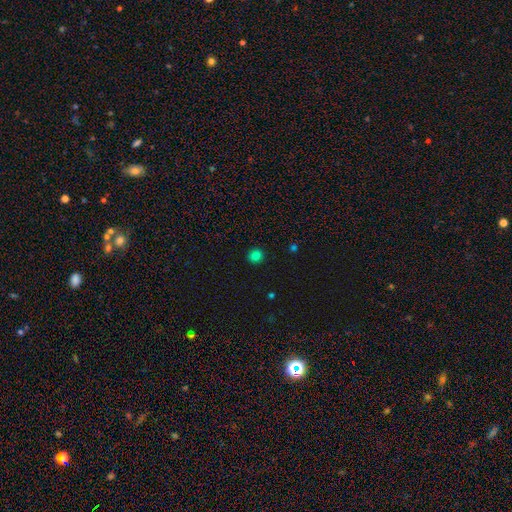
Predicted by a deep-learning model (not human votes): Overall: smooth (81%). How rounded: round (91%). Merging: none (92%).